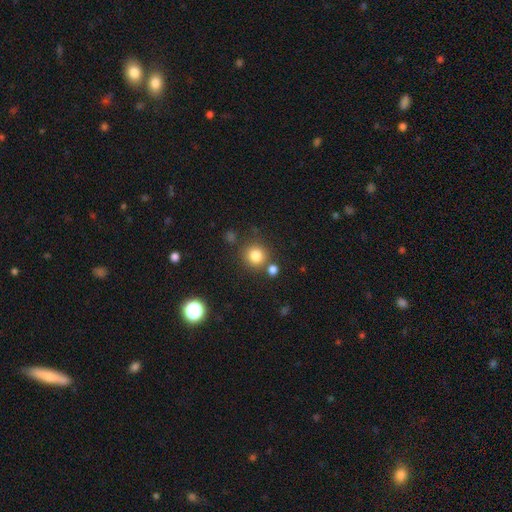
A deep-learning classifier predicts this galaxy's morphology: A smooth galaxy with no disk features (81%) that is round (91%).

Vote fractions:
- Smooth or featured? smooth: 81% / star or artifact: 13% / featured or disk: 6%
- How rounded? round: 91% / in between: 8% / cigar-shaped: 1%
- Merging? none: 77% / merger: 11% / minor disturbance: 9% / major disturbance: 3%